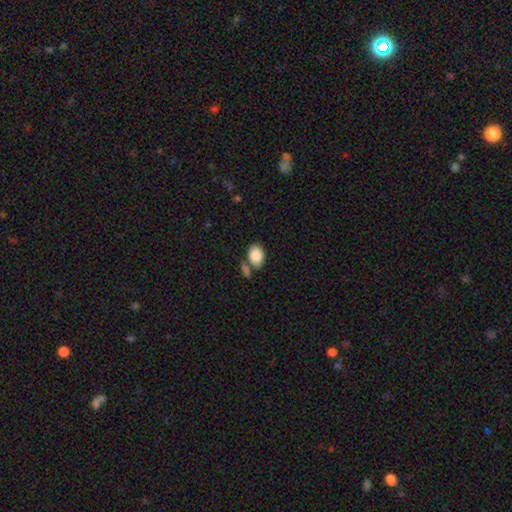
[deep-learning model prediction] Smooth or featured?
  - smooth: 87% *
  - star or artifact: 7%
  - featured or disk: 6%
How rounded?
  - in between: 84% *
  - round: 15%
  - cigar-shaped: 1%
Merging?
  - none: 57% *
  - merger: 24%
  - minor disturbance: 14%
  - major disturbance: 5%